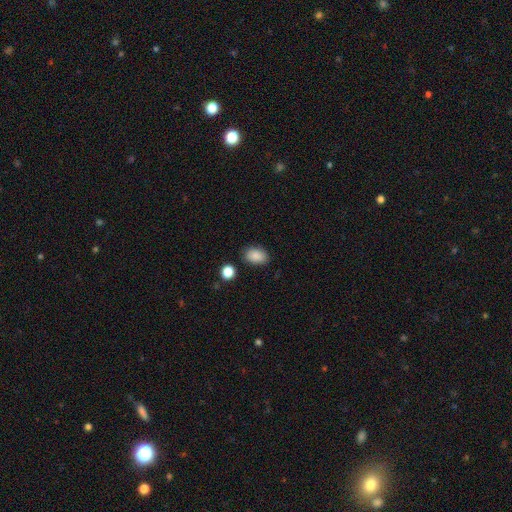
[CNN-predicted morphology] A smooth galaxy with no disk features (87%) that is in between round and cigar-shaped (84%). Merging: none (83%).